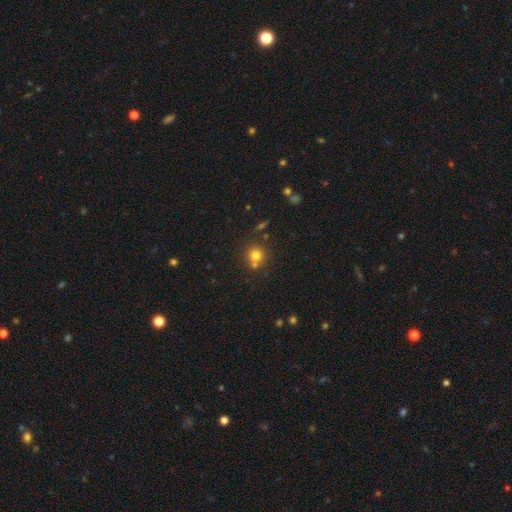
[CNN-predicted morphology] This is likely a smooth galaxy (75%). How rounded: clearly round (90%). Merging: likely none (64%).